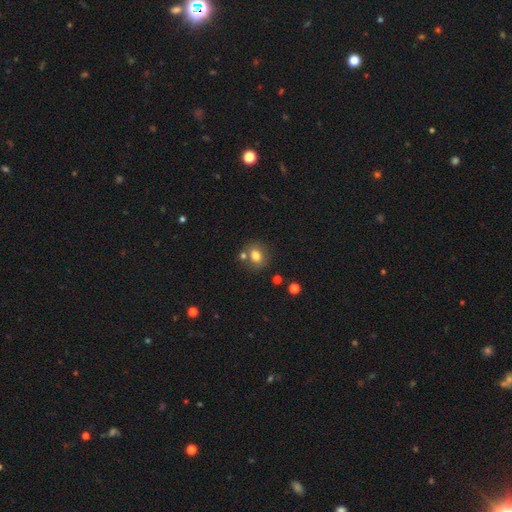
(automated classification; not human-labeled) Smooth or featured: smooth — 77% (star or artifact — 12%)
How rounded: round — 61% (in between — 38%)
Merging: none — 68% (merger — 16%)